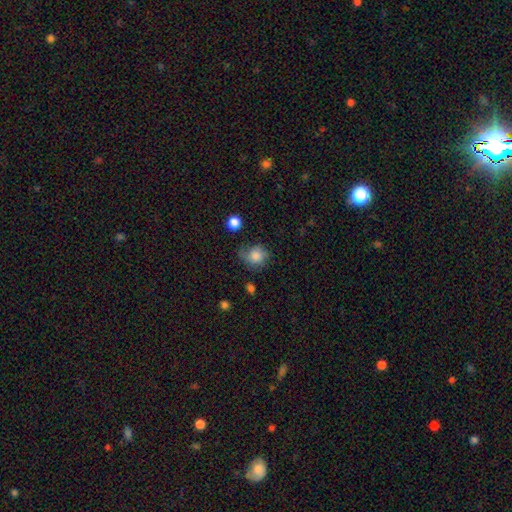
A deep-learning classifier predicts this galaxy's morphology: A smooth galaxy with no disk features (77%) that is round (72%). Merging: none (49%).